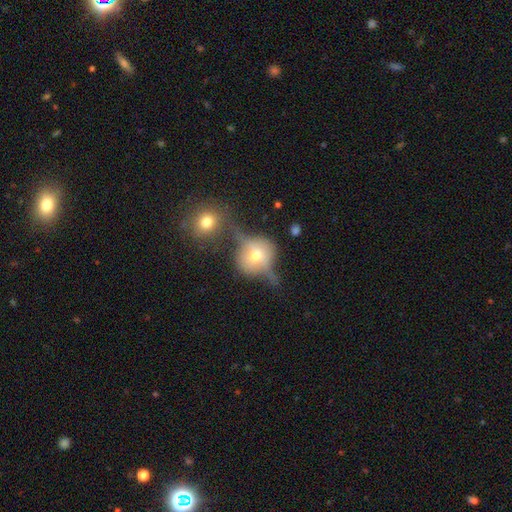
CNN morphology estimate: Smooth or featured: smooth — 45% (featured or disk — 44%)
Merging: none — 47% (minor disturbance — 19%)